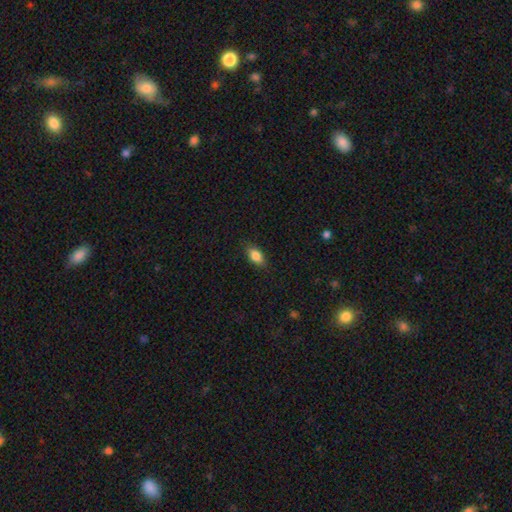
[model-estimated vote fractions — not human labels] Q: Smooth or featured?
A: smooth (84%); runner-up: featured or disk (8%)
Q: How rounded?
A: in between (87%); runner-up: cigar-shaped (7%)
Q: Merging?
A: none (85%); runner-up: minor disturbance (11%)